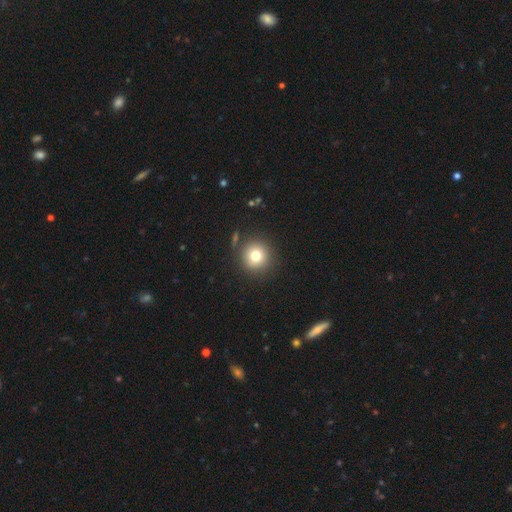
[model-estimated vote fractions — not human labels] smooth 76%, star or artifact 13%, featured or disk 10%. Down the decision tree: how rounded — round (94%); merging — none (86%).